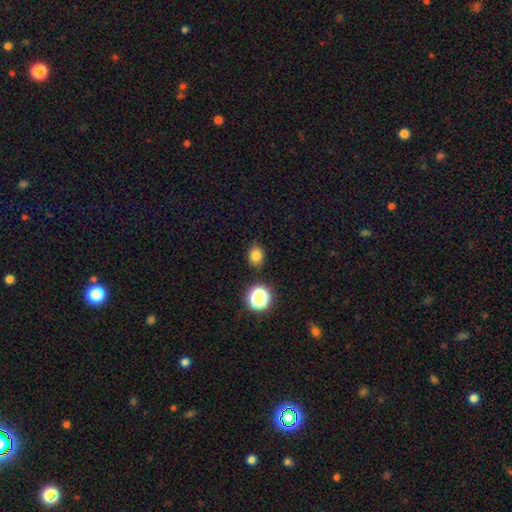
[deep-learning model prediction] This is likely a smooth galaxy (79%). How rounded: possibly round (57%). Merging: clearly none (86%).